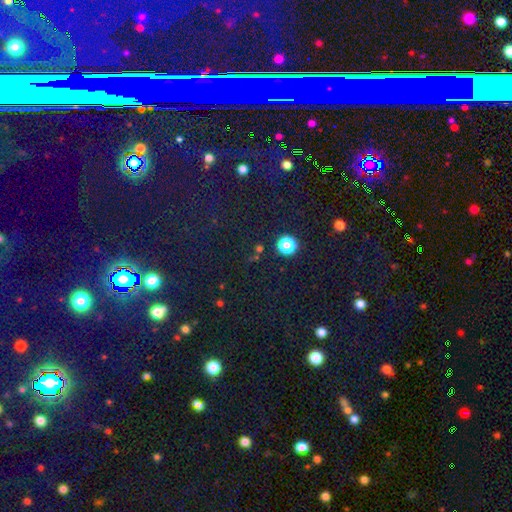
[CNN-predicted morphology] This is likely a star or artifact rather than a galaxy (77%).